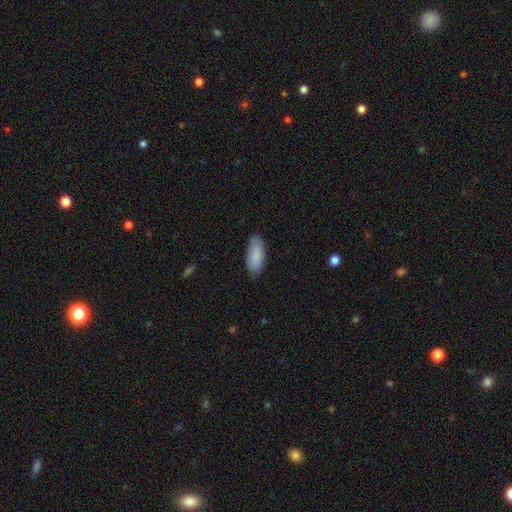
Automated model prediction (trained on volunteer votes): Morphology: type=smooth (86%); roundness=in between (86%); merging=none (80%).